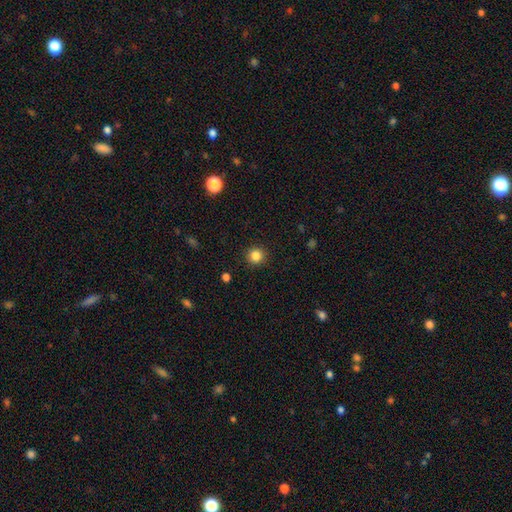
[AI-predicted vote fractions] Overall: smooth (84%). How rounded: round (94%). Merging: none (92%).